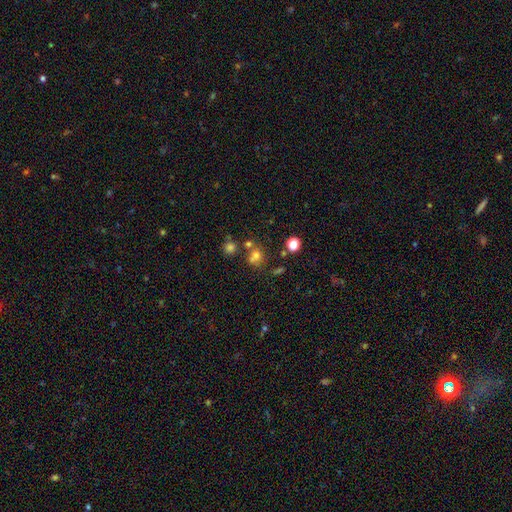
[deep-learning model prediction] A smooth galaxy with no disk features (66%) that is round (80%). Merging: none (55%).